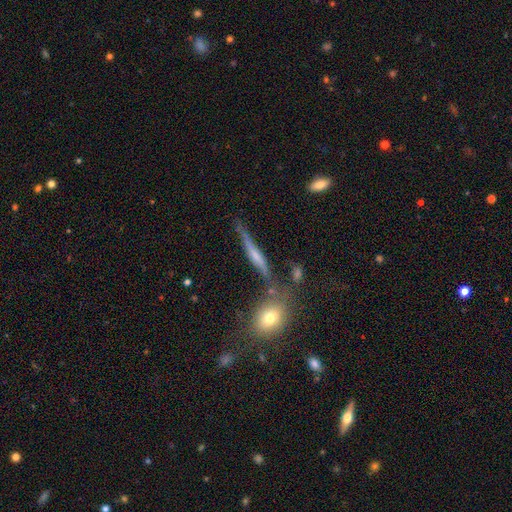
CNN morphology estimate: A featured or disk galaxy (62%) viewed edge-on (91%) with a rounded central bulge (51%). Merging: none (68%).